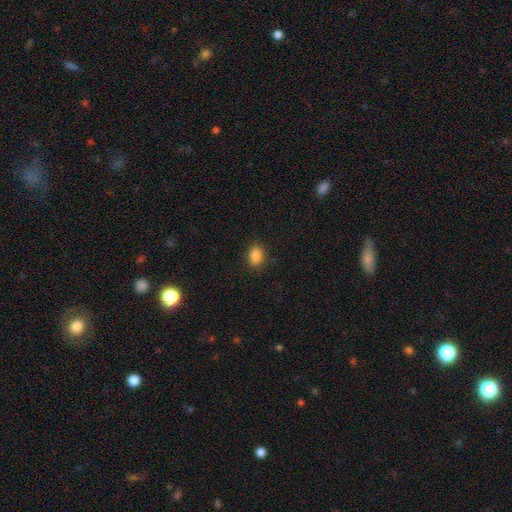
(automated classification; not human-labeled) The model was most divided on "how rounded": in between: 75%, round: 23%, cigar-shaped: 2%. More confident: merging — none (87%); smooth or featured — smooth (87%).